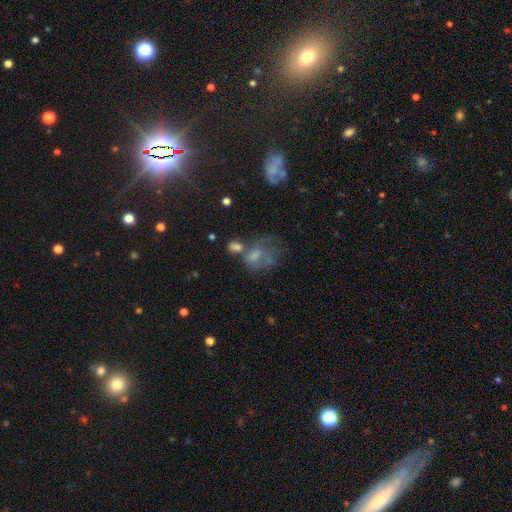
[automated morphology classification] smooth 57%, featured or disk 30%, star or artifact 13%. Down the decision tree: how rounded — in between (68%); merging — merger (33%).